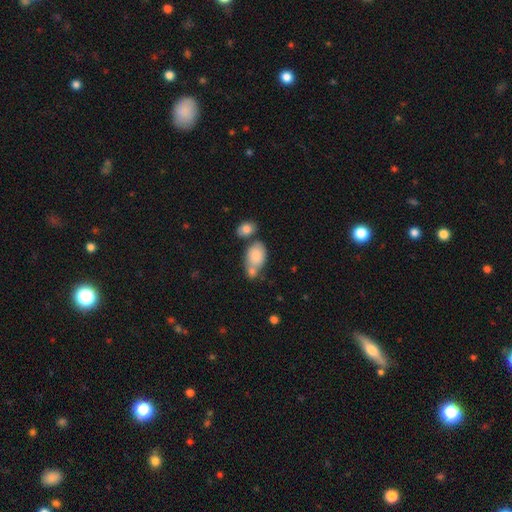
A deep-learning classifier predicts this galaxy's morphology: type=smooth (82%); roundness=in between (87%); merging=merger (40%).